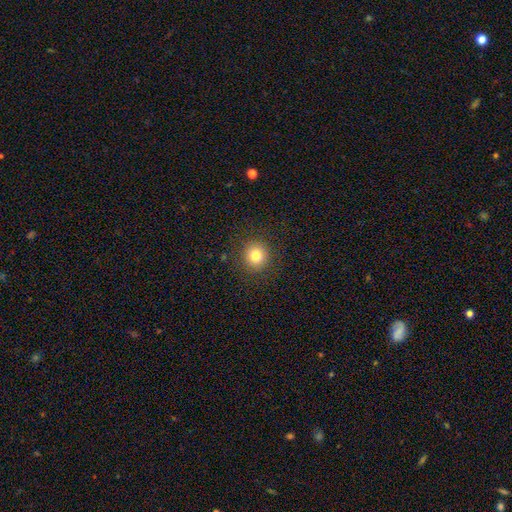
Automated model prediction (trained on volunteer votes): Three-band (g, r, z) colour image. It shows a smooth galaxy with no disk features (81%) that is round (92%). Merging: none (90%).